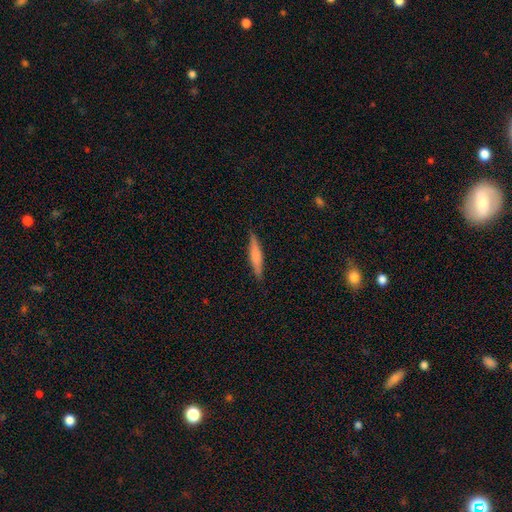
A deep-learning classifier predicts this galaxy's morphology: Q: Smooth or featured?
A: smooth (59%); runner-up: featured or disk (35%)
Q: How rounded?
A: cigar-shaped (89%); runner-up: in between (9%)
Q: Merging?
A: none (89%); runner-up: minor disturbance (8%)